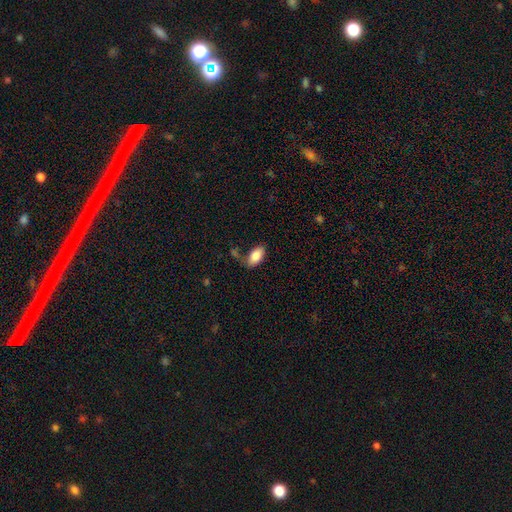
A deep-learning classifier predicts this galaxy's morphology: This appears to be a smooth galaxy with no disk features (86%) that is in between round and cigar-shaped (94%). Merging: none (62%).